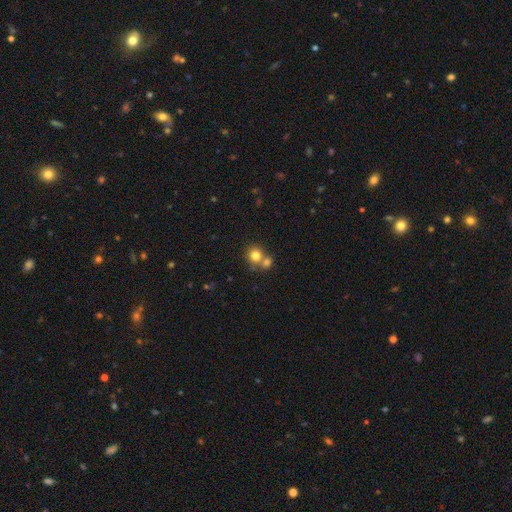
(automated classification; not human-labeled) smooth_or_featured: smooth (p=0.79) [alt: star or artifact p=0.11]
how_rounded: round (p=0.84) [alt: in between p=0.15]
merging: none (p=0.46) [alt: merger p=0.44]